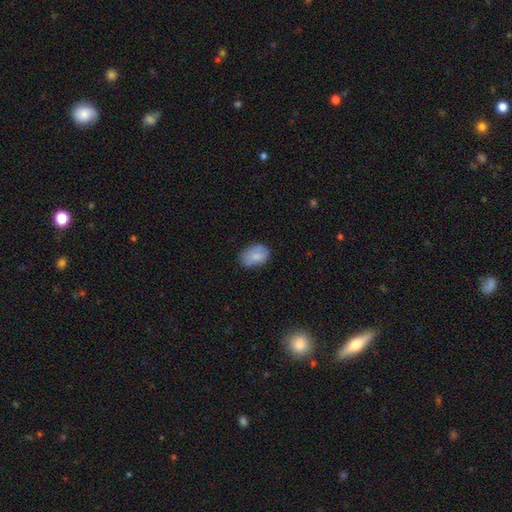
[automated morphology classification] A smooth galaxy with no disk features (77%) that is in between round and cigar-shaped (82%).

Vote fractions:
- Smooth or featured? smooth: 77% / featured or disk: 15% / star or artifact: 7%
- How rounded? in between: 82% / round: 17% / cigar-shaped: 1%
- Merging? none: 65% / minor disturbance: 26% / major disturbance: 7% / merger: 2%